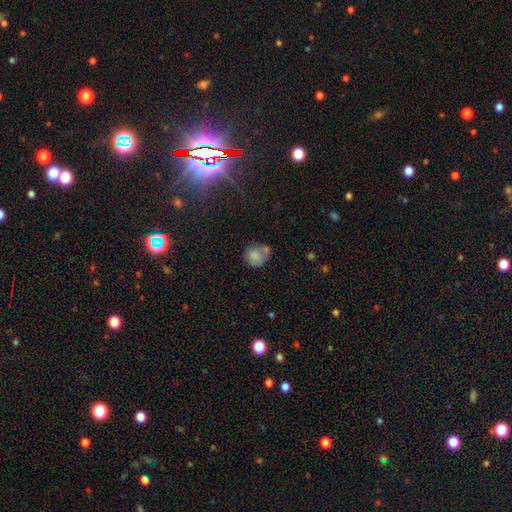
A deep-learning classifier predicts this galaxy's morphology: This is likely a smooth galaxy (78%). How rounded: likely round (74%). Merging: possibly none (47%).